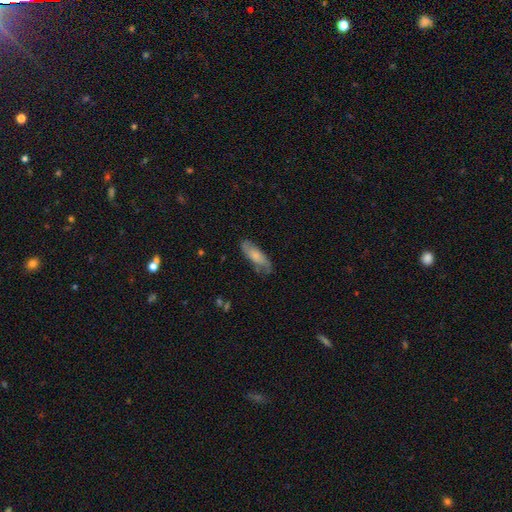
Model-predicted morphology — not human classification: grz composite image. It shows a smooth galaxy with no disk features (64%) that is in between round and cigar-shaped (57%). Merging: none (68%).